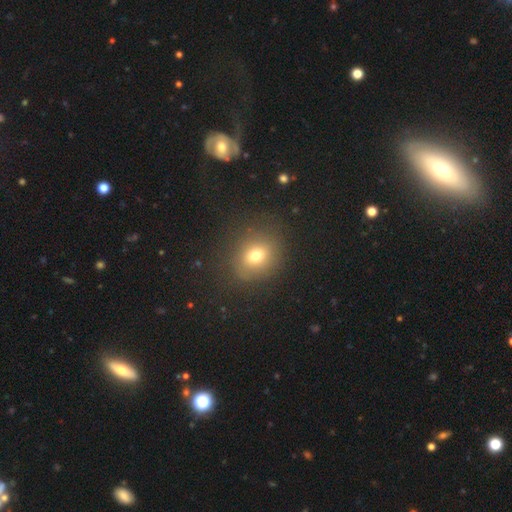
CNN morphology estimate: The model was most divided on "how rounded": round: 65%, in between: 34%, cigar-shaped: 1%. More confident: merging — none (80%); smooth or featured — smooth (71%).